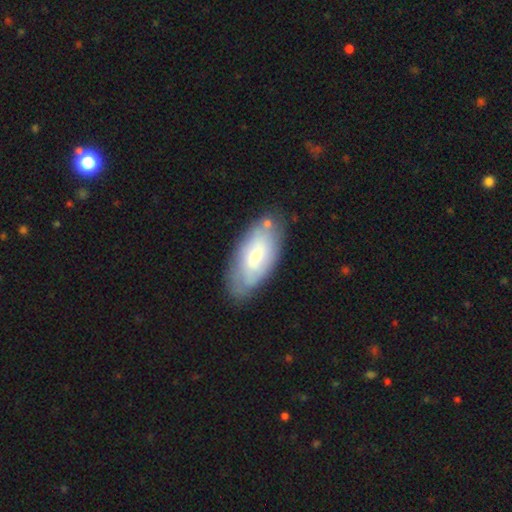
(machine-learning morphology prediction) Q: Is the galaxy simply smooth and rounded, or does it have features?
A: smooth — 56%.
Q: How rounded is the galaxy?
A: in between — 89%.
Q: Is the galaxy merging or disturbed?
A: none — 69%.